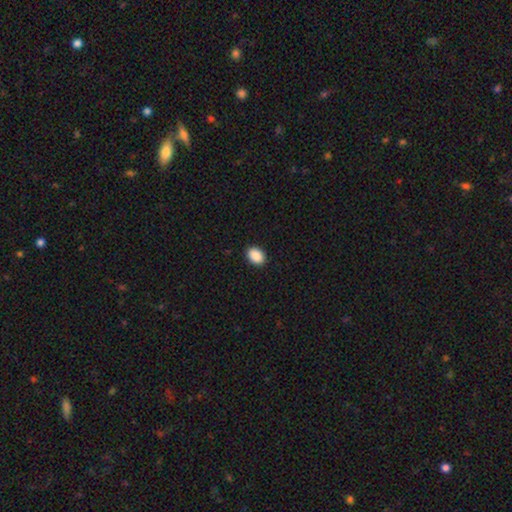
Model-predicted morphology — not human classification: A smooth galaxy with no disk features (90%) that is in between round and cigar-shaped (80%).

Vote fractions:
- Smooth or featured? smooth: 90% / star or artifact: 7% / featured or disk: 2%
- How rounded? in between: 80% / round: 19% / cigar-shaped: 1%
- Merging? none: 90% / minor disturbance: 7% / major disturbance: 2% / merger: 1%